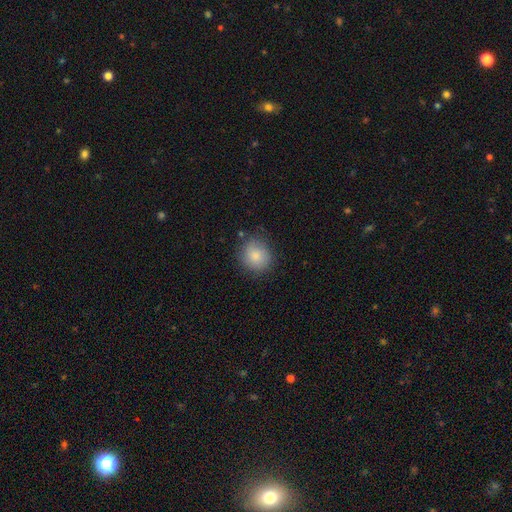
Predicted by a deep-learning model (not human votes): smooth 83%, featured or disk 9%, star or artifact 9%. Down the decision tree: how rounded — round (83%); merging — none (81%).